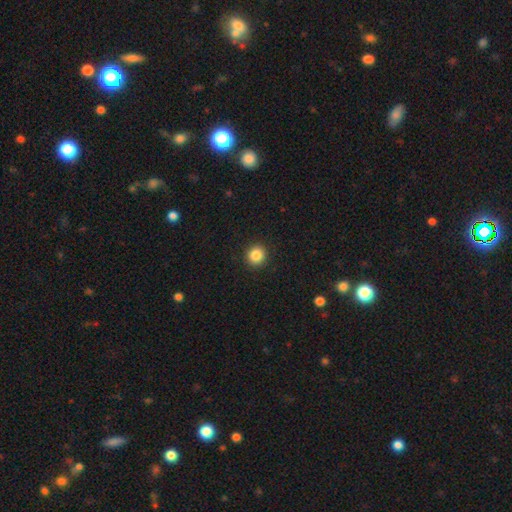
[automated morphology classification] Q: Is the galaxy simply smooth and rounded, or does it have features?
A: smooth — 86%.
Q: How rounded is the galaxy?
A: round — 91%.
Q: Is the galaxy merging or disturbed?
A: none — 92%.